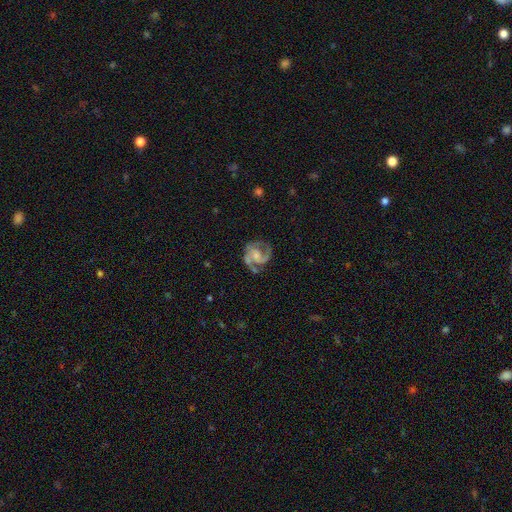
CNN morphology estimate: Smooth or featured? Predicted: featured or disk (p=0.86). Edge-on disk? Predicted: no (p=0.98). Bar? Predicted: no (p=0.52). Spiral arms? Predicted: yes (p=0.96). Spiral winding? Predicted: medium (p=0.55). Spiral arm count? Predicted: 2 (p=0.75). Bulge size? Predicted: small (p=0.44). Merging? Predicted: none (p=0.63).